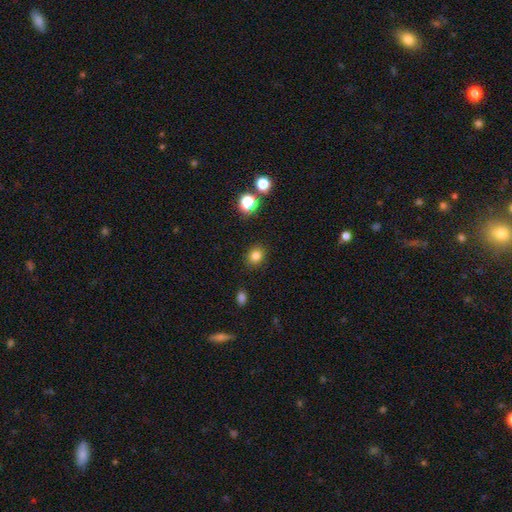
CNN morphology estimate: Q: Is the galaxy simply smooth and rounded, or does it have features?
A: smooth — 81%.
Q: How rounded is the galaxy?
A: round — 68%.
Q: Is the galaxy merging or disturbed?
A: none — 88%.